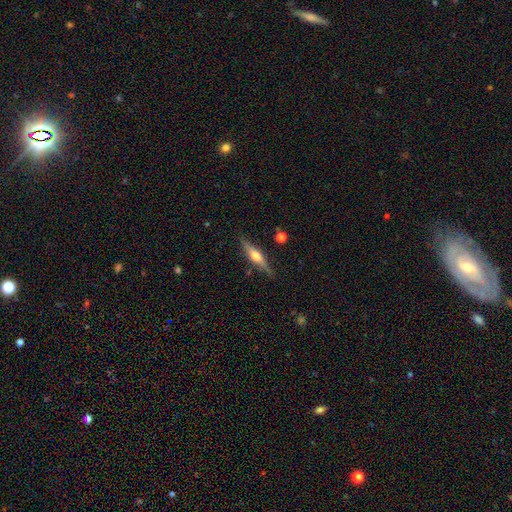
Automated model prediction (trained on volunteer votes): Q: Smooth or featured?
A: featured or disk (64%); runner-up: smooth (30%)
Q: Edge-on disk?
A: yes (95%); runner-up: no (5%)
Q: Edge-on bulge?
A: rounded (89%); runner-up: boxy (7%)
Q: Merging?
A: none (83%); runner-up: minor disturbance (12%)